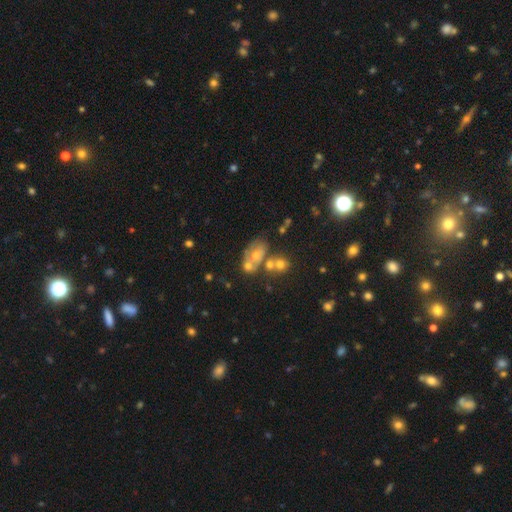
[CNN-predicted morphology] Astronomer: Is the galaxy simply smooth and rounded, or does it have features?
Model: smooth — 49% (runner-up: featured or disk, 37%).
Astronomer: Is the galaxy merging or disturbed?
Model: merger — 38% (runner-up: none, 33%).